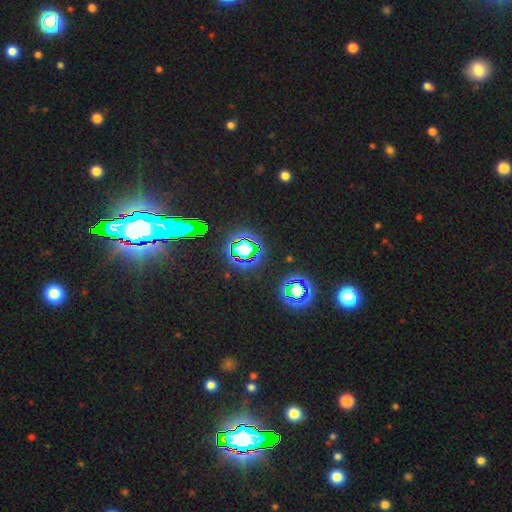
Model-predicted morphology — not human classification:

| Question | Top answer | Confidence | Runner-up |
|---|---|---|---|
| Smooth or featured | star or artifact | 81% | smooth (11%) |